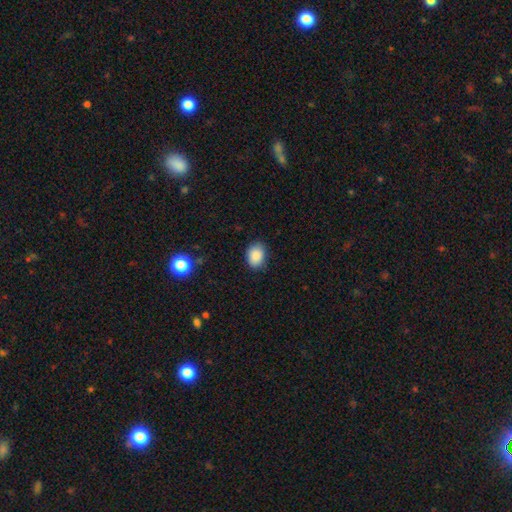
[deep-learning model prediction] A smooth galaxy with no disk features (88%) that is in between round and cigar-shaped (70%).

Vote fractions:
- Smooth or featured? smooth: 88% / star or artifact: 8% / featured or disk: 4%
- How rounded? in between: 70% / round: 29% / cigar-shaped: 1%
- Merging? none: 83% / minor disturbance: 13% / major disturbance: 3% / merger: 1%